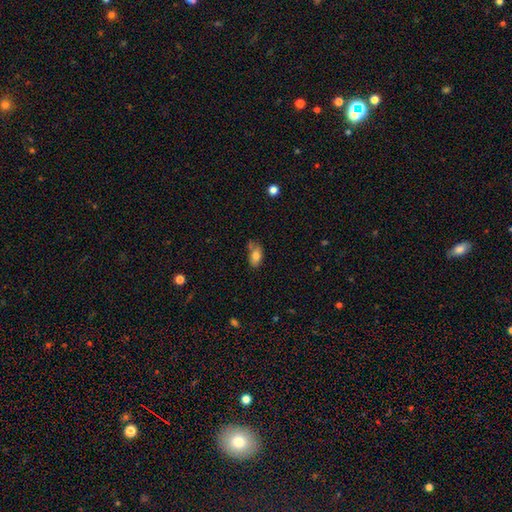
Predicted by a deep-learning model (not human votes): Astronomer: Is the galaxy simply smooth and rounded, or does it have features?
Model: smooth — 78%.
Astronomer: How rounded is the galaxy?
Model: in between — 90%.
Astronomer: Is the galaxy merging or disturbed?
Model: none — 58%.